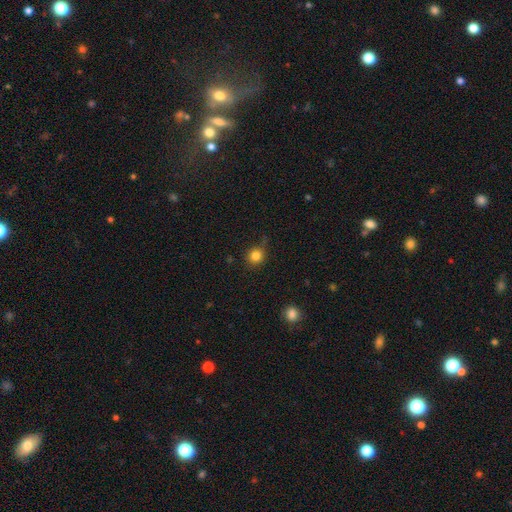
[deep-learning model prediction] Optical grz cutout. It shows a smooth galaxy with no disk features (83%) that is round (90%). Merging: none (81%).